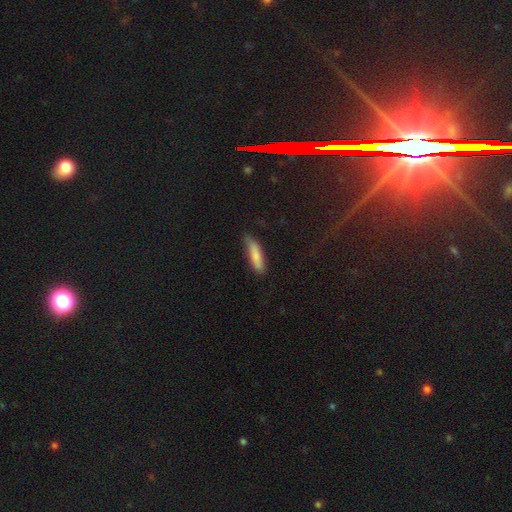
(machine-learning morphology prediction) Smooth or featured: smooth — 82% (featured or disk — 13%)
How rounded: cigar-shaped — 70% (in between — 29%)
Merging: none — 76% (minor disturbance — 19%)